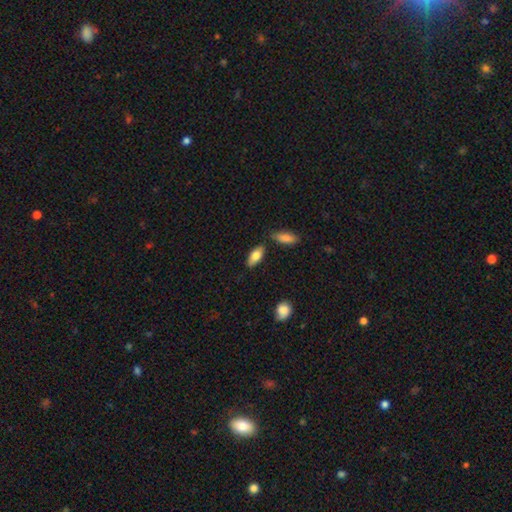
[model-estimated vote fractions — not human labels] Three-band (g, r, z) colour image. It shows a smooth galaxy with no disk features (78%) that is in between round and cigar-shaped (83%). Merging: none (78%).